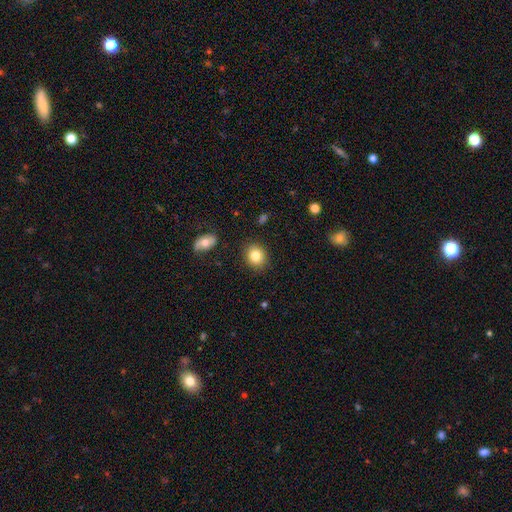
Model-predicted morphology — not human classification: smooth-or-featured: smooth: 83% | star or artifact: 9% | featured or disk: 8%
  how-rounded: round: 67% | in between: 32% | cigar-shaped: 1%
  merging: none: 87% | minor disturbance: 9% | major disturbance: 2% | merger: 2%